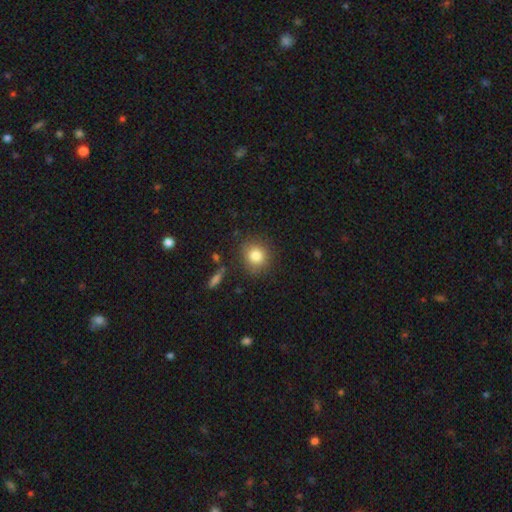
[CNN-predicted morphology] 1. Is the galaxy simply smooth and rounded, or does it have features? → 83% smooth, 10% star or artifact, 7% featured or disk.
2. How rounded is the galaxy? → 85% round, 14% in between, 1% cigar-shaped.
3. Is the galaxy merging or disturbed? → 84% none, 11% minor disturbance, 3% major disturbance, 2% merger.